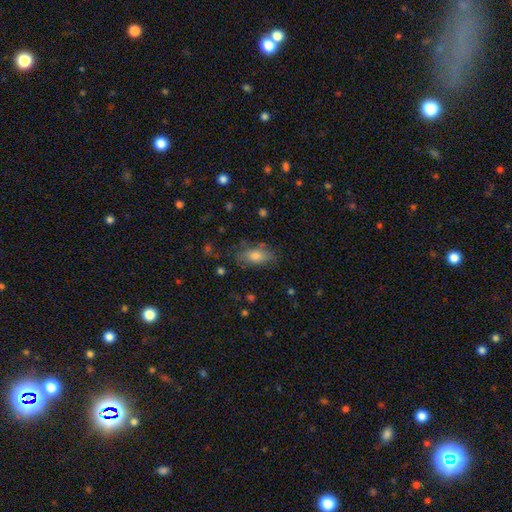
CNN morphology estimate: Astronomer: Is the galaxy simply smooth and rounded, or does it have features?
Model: smooth — 72%.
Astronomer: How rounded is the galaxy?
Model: in between — 86%.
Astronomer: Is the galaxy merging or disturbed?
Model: none — 67%.